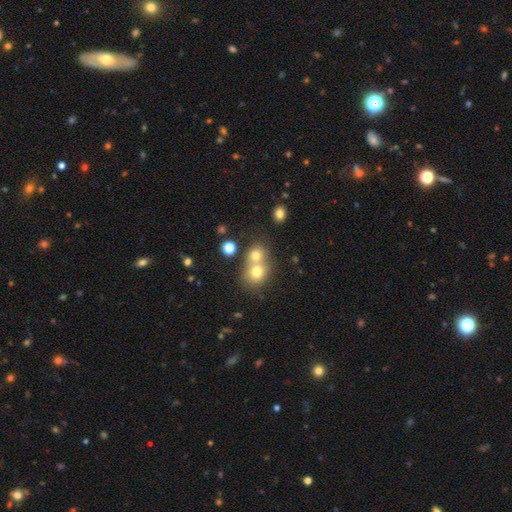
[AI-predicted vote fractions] Smooth or featured: smooth — 72% (star or artifact — 14%)
How rounded: round — 75% (in between — 24%)
Merging: merger — 58% (none — 33%)